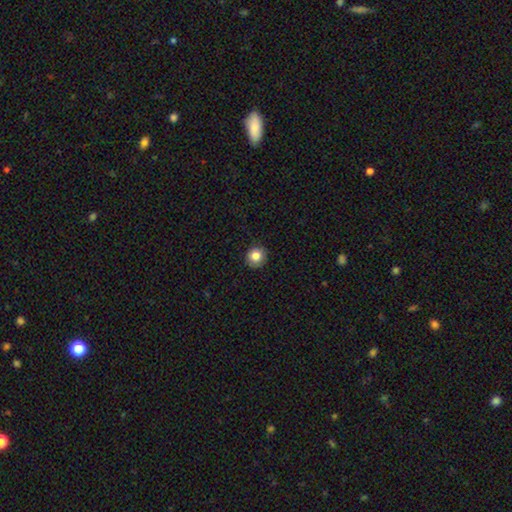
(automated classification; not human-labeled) smooth-or-featured: smooth: 84% | star or artifact: 10% | featured or disk: 6%
  how-rounded: round: 91% | in between: 8% | cigar-shaped: 1%
  merging: none: 89% | minor disturbance: 8% | major disturbance: 2% | merger: 1%